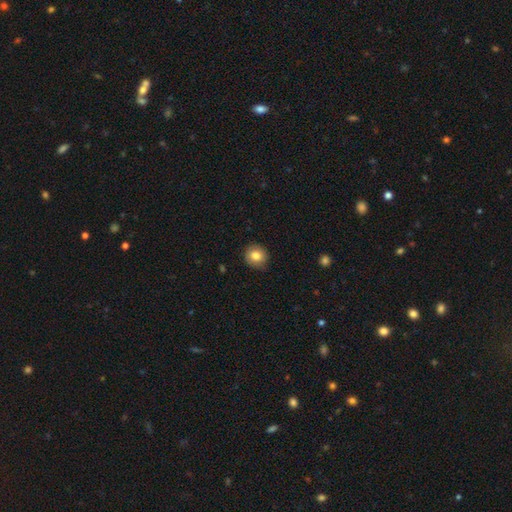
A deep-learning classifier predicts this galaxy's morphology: Overall: smooth (83%). How rounded: round (84%). Merging: none (86%).